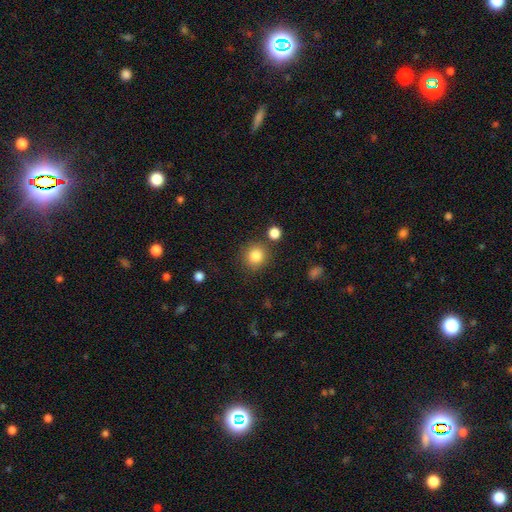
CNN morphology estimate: This is clearly a smooth galaxy (85%). How rounded: clearly round (89%). Merging: clearly none (82%).